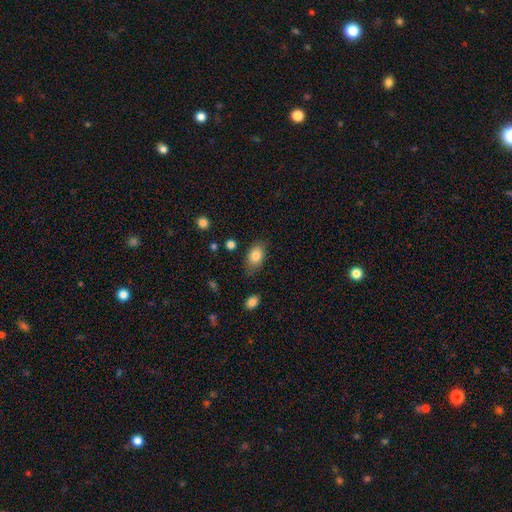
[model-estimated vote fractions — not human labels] smooth-or-featured: smooth: 83% | featured or disk: 9% | star or artifact: 8%
  how-rounded: in between: 87% | round: 11% | cigar-shaped: 2%
  merging: none: 76% | minor disturbance: 18% | major disturbance: 4% | merger: 2%